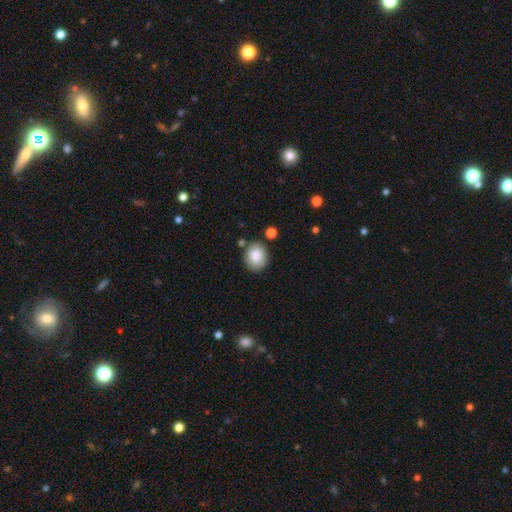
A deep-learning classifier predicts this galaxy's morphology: smooth_or_featured: smooth (p=0.87) [alt: star or artifact p=0.08]
how_rounded: round (p=0.68) [alt: in between p=0.31]
merging: none (p=0.79) [alt: minor disturbance p=0.12]